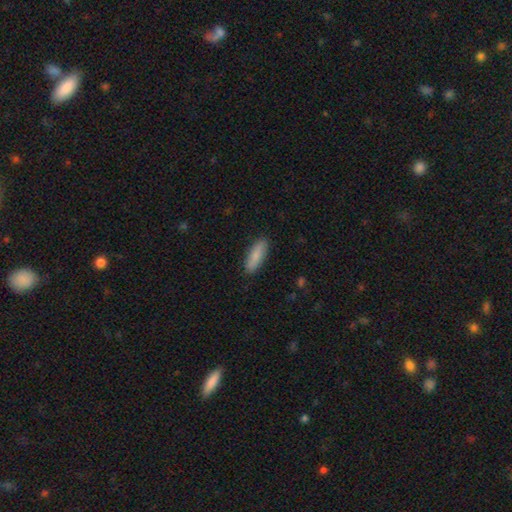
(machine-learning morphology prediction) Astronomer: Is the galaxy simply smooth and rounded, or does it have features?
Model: smooth — 83%.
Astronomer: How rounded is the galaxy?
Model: in between — 51% (runner-up: cigar-shaped, 47%).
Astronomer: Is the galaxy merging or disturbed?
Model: none — 88%.